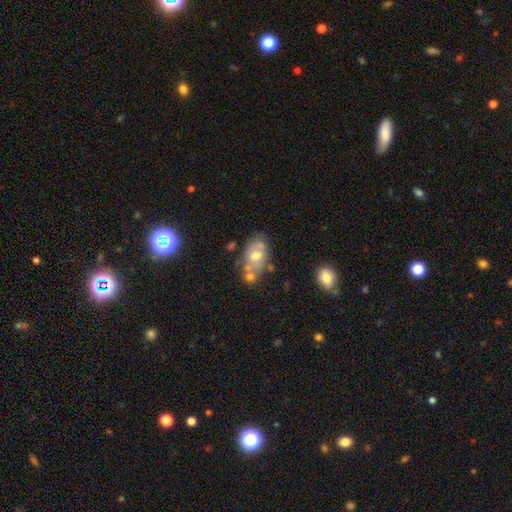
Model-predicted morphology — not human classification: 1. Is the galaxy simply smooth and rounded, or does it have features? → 49% smooth, 43% featured or disk, 8% star or artifact.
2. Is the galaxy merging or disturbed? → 45% none, 26% merger, 21% minor disturbance, 8% major disturbance.